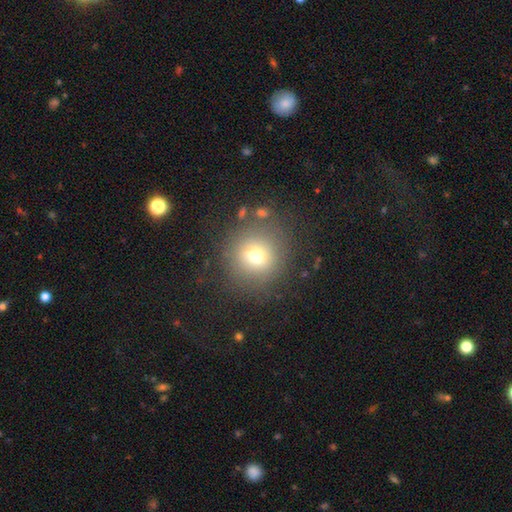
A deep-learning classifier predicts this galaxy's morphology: Overall: smooth (69%). How rounded: round (90%). Merging: none (80%).